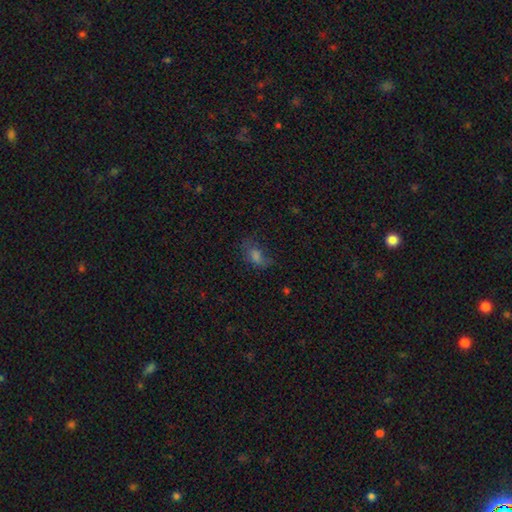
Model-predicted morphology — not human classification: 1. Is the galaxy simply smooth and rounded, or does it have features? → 61% smooth, 21% star or artifact, 19% featured or disk.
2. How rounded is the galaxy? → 81% in between, 14% round, 5% cigar-shaped.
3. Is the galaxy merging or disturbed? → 48% none, 26% minor disturbance, 23% major disturbance, 3% merger.